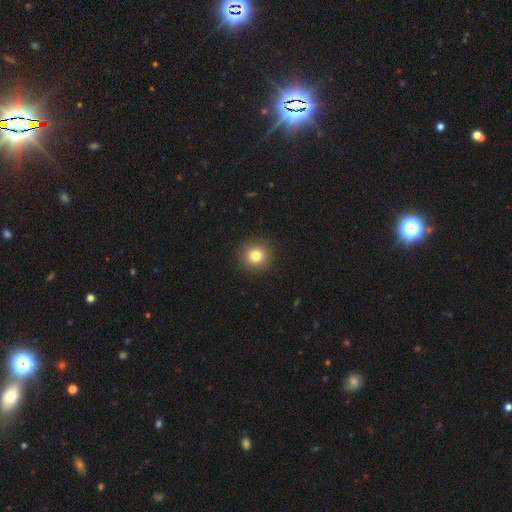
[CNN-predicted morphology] Smooth or featured?
  - smooth: 80% *
  - star or artifact: 12%
  - featured or disk: 7%
How rounded?
  - round: 93% *
  - in between: 6%
  - cigar-shaped: 1%
Merging?
  - none: 92% *
  - minor disturbance: 5%
  - major disturbance: 2%
  - merger: 1%